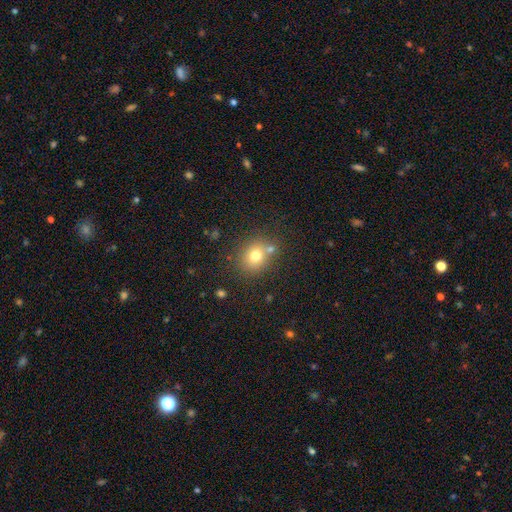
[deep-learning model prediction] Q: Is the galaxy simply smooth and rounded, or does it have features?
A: smooth — 74%.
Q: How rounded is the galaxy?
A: round — 76%.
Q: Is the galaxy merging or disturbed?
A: none — 68%.